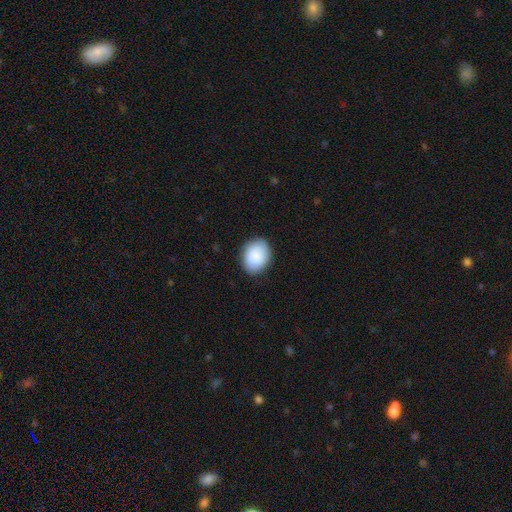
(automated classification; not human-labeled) A smooth galaxy with no disk features (89%) that is in between round and cigar-shaped (60%).

Vote fractions:
- Smooth or featured? smooth: 89% / star or artifact: 6% / featured or disk: 5%
- How rounded? in between: 60% / round: 39% / cigar-shaped: 1%
- Merging? none: 87% / minor disturbance: 10% / major disturbance: 2% / merger: 1%